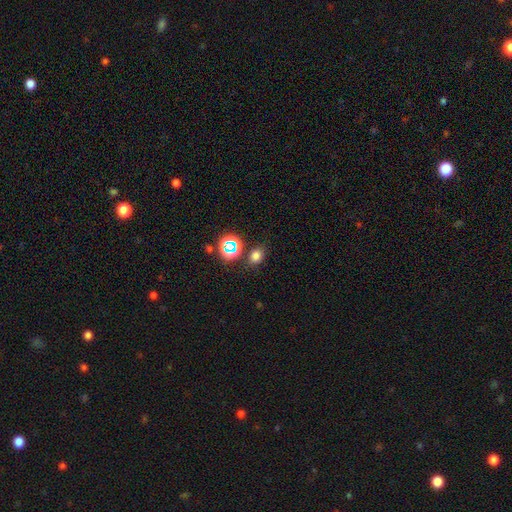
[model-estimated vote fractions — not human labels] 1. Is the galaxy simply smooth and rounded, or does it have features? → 71% smooth, 22% star or artifact, 6% featured or disk.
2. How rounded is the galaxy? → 56% in between, 43% round, 1% cigar-shaped.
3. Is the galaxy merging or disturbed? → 79% none, 11% minor disturbance, 6% merger, 4% major disturbance.